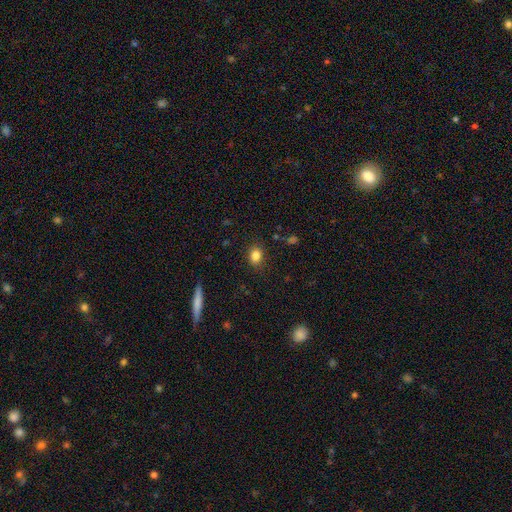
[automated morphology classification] Smooth or featured?
  - smooth: 84% *
  - star or artifact: 10%
  - featured or disk: 6%
How rounded?
  - in between: 62% *
  - round: 37%
  - cigar-shaped: 2%
Merging?
  - none: 86% *
  - minor disturbance: 10%
  - major disturbance: 3%
  - merger: 1%